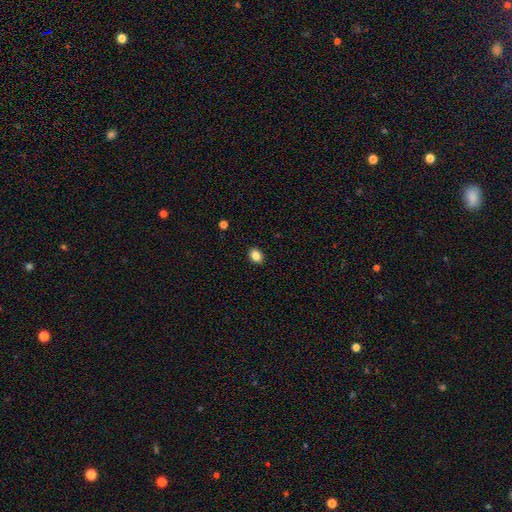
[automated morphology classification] smooth 85%, star or artifact 10%, featured or disk 5%. Down the decision tree: how rounded — in between (61%); merging — none (90%).